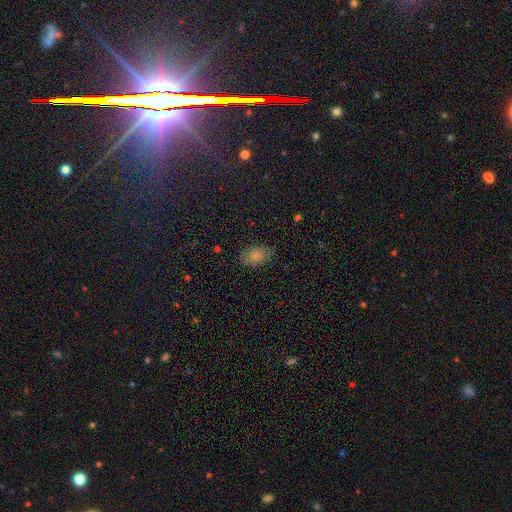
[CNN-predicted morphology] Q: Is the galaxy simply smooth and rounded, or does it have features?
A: smooth — 80%.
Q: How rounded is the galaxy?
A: in between — 86%.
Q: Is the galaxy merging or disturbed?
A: none — 79%.